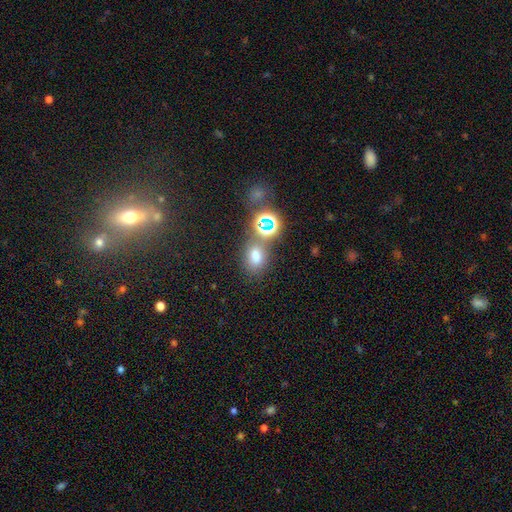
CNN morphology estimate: Smooth or featured?
  - smooth: 63% *
  - star or artifact: 28%
  - featured or disk: 9%
How rounded?
  - in between: 60% *
  - round: 38%
  - cigar-shaped: 2%
Merging?
  - none: 62% *
  - merger: 19%
  - minor disturbance: 13%
  - major disturbance: 6%